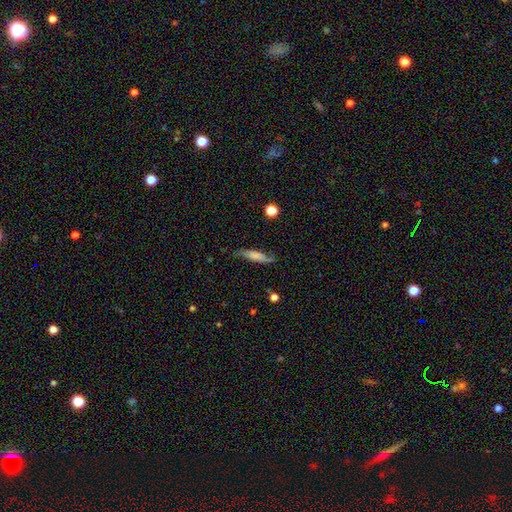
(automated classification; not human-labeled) Q: Smooth or featured?
A: smooth (53%); runner-up: featured or disk (40%)
Q: How rounded?
A: cigar-shaped (69%); runner-up: in between (28%)
Q: Merging?
A: none (66%); runner-up: minor disturbance (24%)